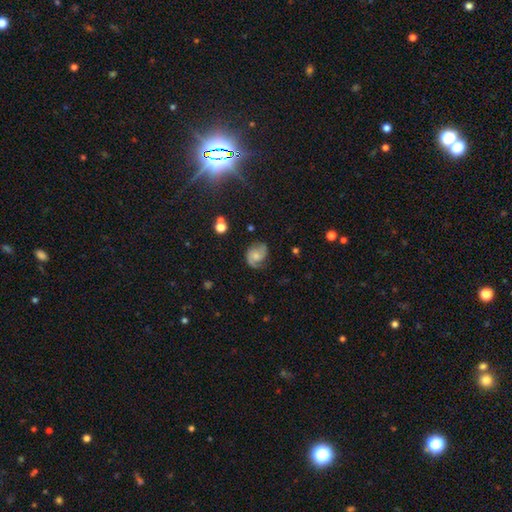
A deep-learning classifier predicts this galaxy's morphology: This appears to be a featured or disk galaxy (69%) with no bar (64%), 2 (81%) medium (48%) spiral arms (94%) and a small central bulge (42%). Merging: none (69%).